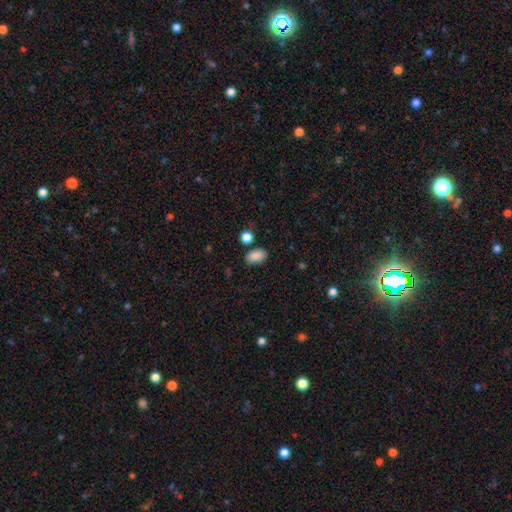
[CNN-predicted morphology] The model was most divided on "merging": none: 80%, minor disturbance: 12%, merger: 5%, major disturbance: 3%. More confident: smooth or featured — smooth (87%); how rounded — in between (87%).